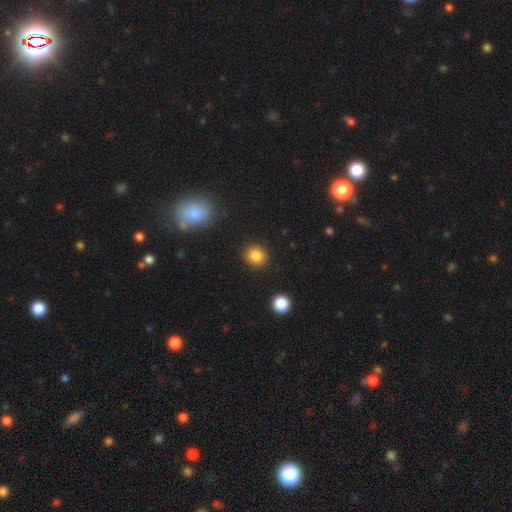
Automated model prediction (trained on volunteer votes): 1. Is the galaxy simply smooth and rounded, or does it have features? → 85% smooth, 11% star or artifact, 4% featured or disk.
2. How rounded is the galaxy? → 86% round, 13% in between, 1% cigar-shaped.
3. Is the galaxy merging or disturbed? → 90% none, 6% minor disturbance, 2% major disturbance, 2% merger.